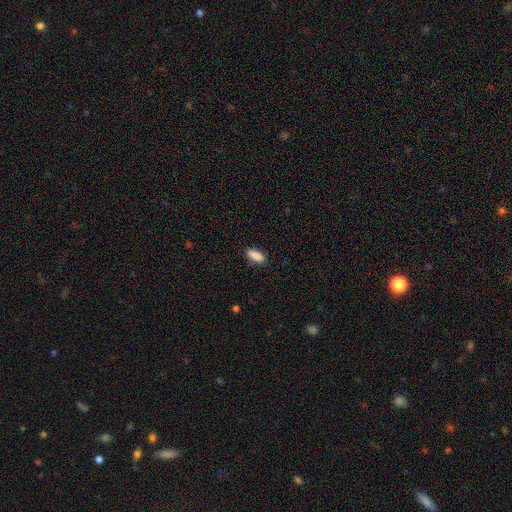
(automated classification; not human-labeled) Smooth or featured? Predicted: smooth (p=0.90). How rounded? Predicted: in between (p=0.77). Merging? Predicted: none (p=0.86).